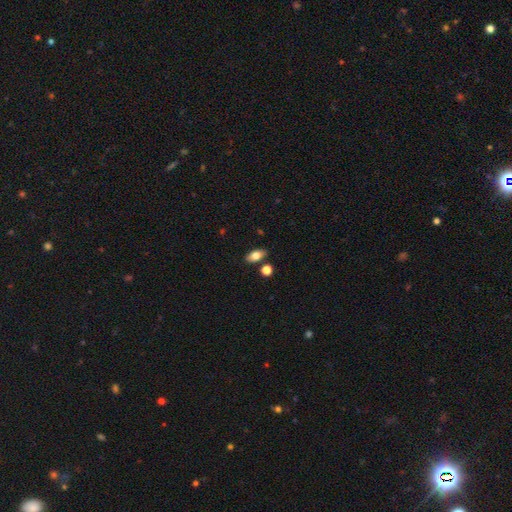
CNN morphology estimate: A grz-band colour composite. It shows a smooth galaxy with no disk features (77%) that is in between round and cigar-shaped (89%). Merging: none (82%).